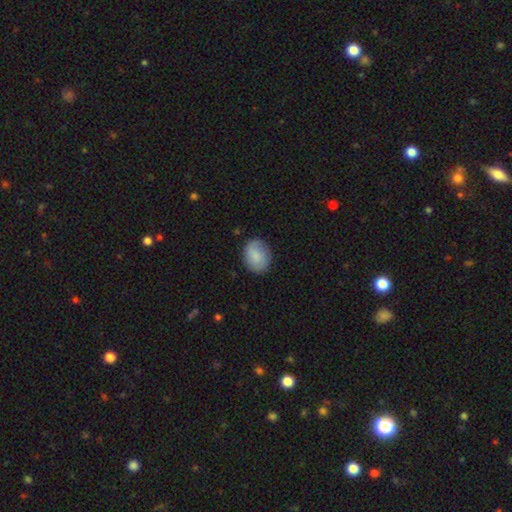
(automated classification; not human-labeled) Overall: smooth (82%). How rounded: in between (58%; round 41%). Merging: none (81%).